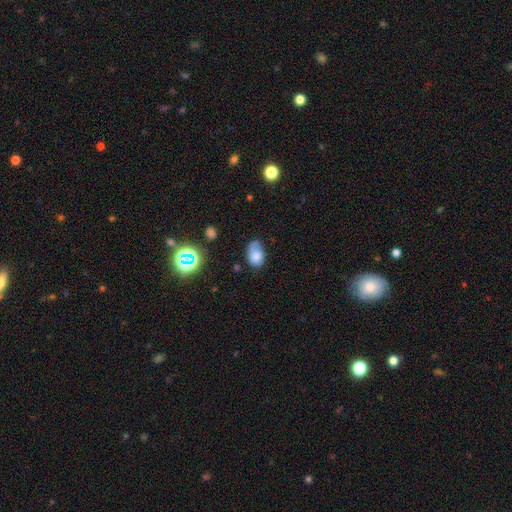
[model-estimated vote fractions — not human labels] Smooth or featured? smooth (62%)
How rounded? in between (80%)
Merging? none (45%)